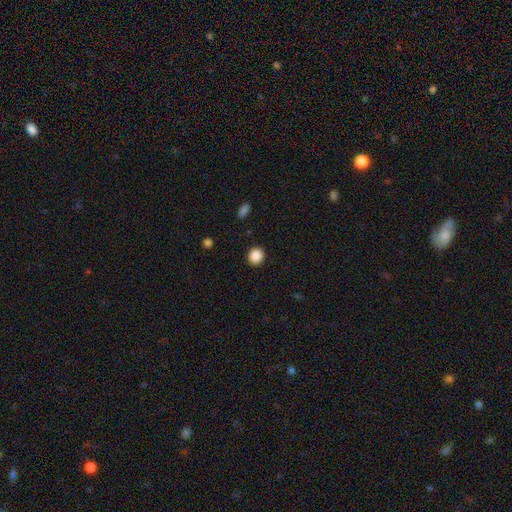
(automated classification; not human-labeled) This appears to be a smooth galaxy with no disk features (88%) that is round (83%). Merging: none (91%).